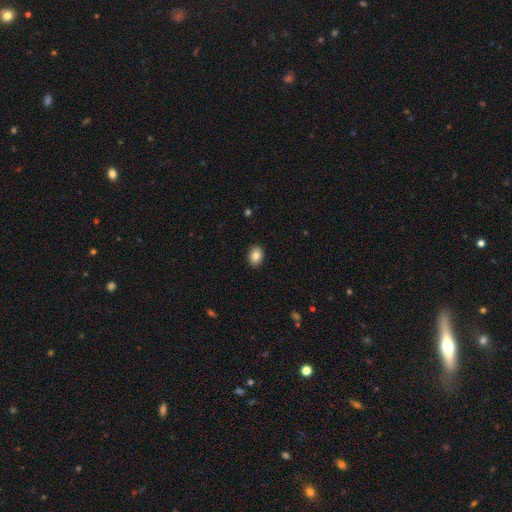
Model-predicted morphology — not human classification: Q: Smooth or featured?
A: smooth (86%); runner-up: star or artifact (8%)
Q: How rounded?
A: in between (67%); runner-up: round (32%)
Q: Merging?
A: none (90%); runner-up: minor disturbance (7%)